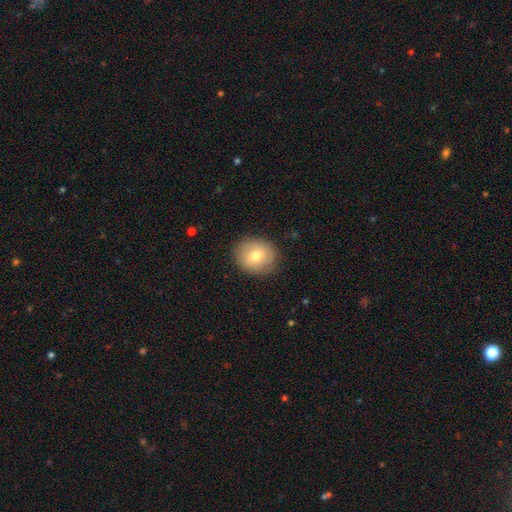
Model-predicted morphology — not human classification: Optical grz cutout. It shows a smooth galaxy with no disk features (75%) that is round (74%). Merging: none (87%).